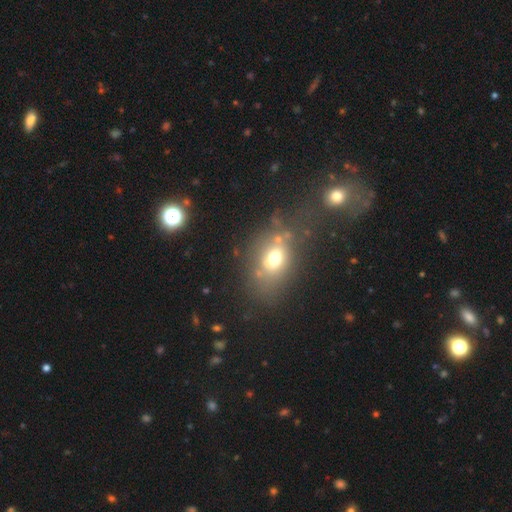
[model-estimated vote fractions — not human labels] Morphology: type=smooth (56%); roundness=in between (68%); merging=none (45%).